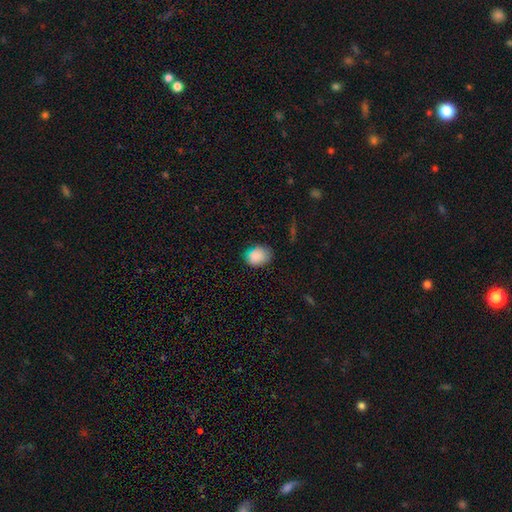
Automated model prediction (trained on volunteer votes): A smooth galaxy with no disk features (85%) that is in between round and cigar-shaped (52%).

Vote fractions:
- Smooth or featured? smooth: 85% / star or artifact: 9% / featured or disk: 6%
- How rounded? in between: 52% / round: 47% / cigar-shaped: 1%
- Merging? none: 73% / minor disturbance: 21% / major disturbance: 4% / merger: 2%